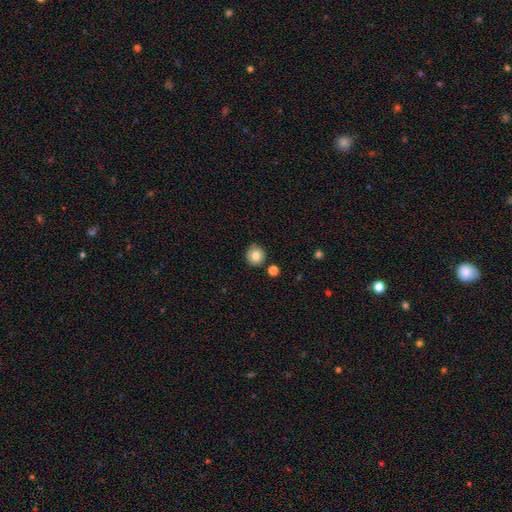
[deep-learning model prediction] smooth-or-featured: smooth: 80% | featured or disk: 10% | star or artifact: 10%
  how-rounded: round: 93% | in between: 6% | cigar-shaped: 1%
  merging: none: 86% | minor disturbance: 9% | merger: 4% | major disturbance: 2%